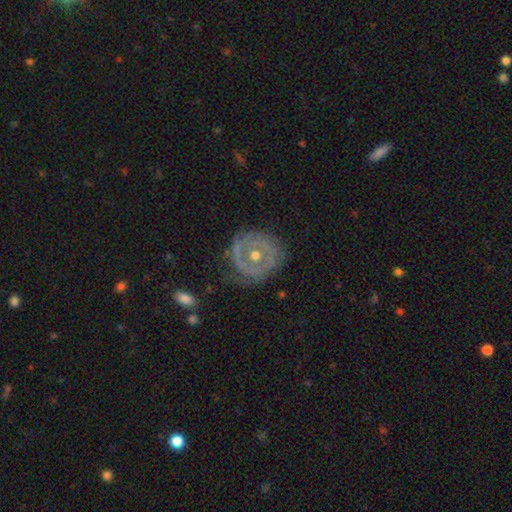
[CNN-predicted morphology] A featured or disk galaxy (73%) with no bar (80%), no spiral arms (51%) and a moderate central bulge (73%). Merging: none (70%).